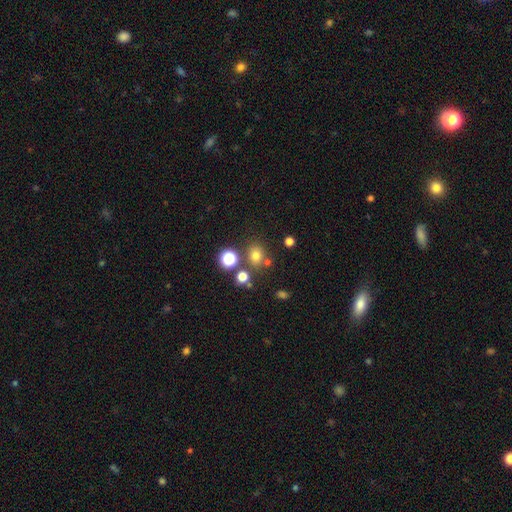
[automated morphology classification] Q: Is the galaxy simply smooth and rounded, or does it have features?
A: smooth — 71%.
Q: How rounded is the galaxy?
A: round — 69%.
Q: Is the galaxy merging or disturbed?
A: none — 73%.